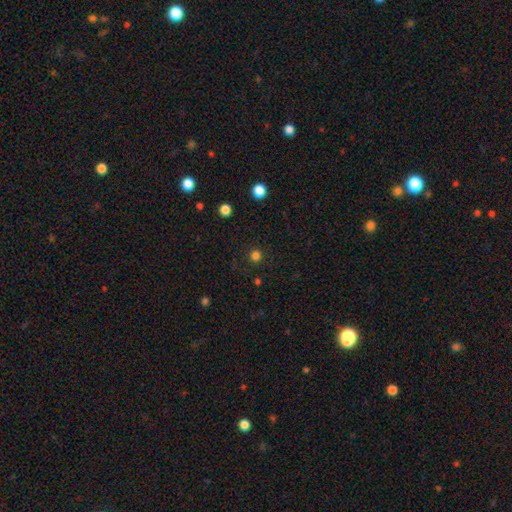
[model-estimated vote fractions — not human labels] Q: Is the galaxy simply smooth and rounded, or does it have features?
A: smooth — 78%.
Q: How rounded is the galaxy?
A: round — 95%.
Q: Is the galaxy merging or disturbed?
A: none — 90%.